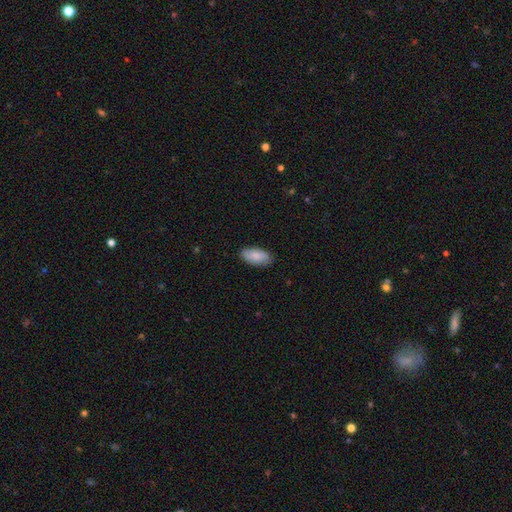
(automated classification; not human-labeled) smooth-or-featured: smooth: 83% | featured or disk: 11% | star or artifact: 6%
  how-rounded: in between: 92% | cigar-shaped: 6% | round: 2%
  merging: none: 85% | minor disturbance: 12% | major disturbance: 2% | merger: 1%